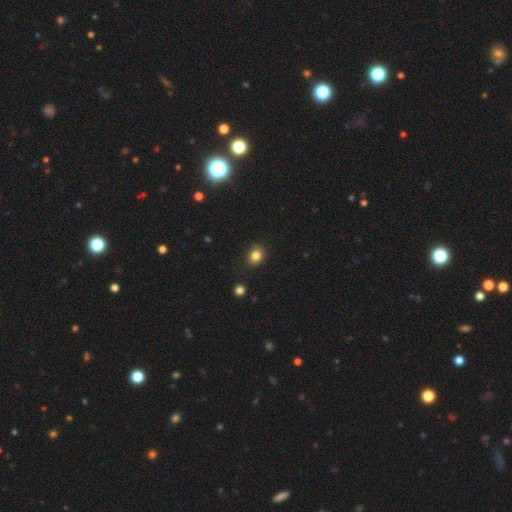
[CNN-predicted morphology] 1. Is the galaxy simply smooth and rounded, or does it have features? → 83% smooth, 12% star or artifact, 5% featured or disk.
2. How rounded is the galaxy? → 55% round, 44% in between, 1% cigar-shaped.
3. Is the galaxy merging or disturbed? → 85% none, 11% minor disturbance, 2% major disturbance, 2% merger.